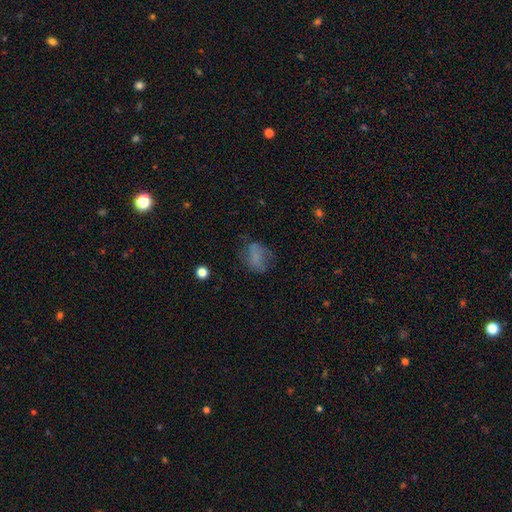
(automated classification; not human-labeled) Q: Smooth or featured?
A: smooth (59%); runner-up: featured or disk (27%)
Q: How rounded?
A: in between (72%); runner-up: round (26%)
Q: Merging?
A: none (47%); runner-up: minor disturbance (26%)